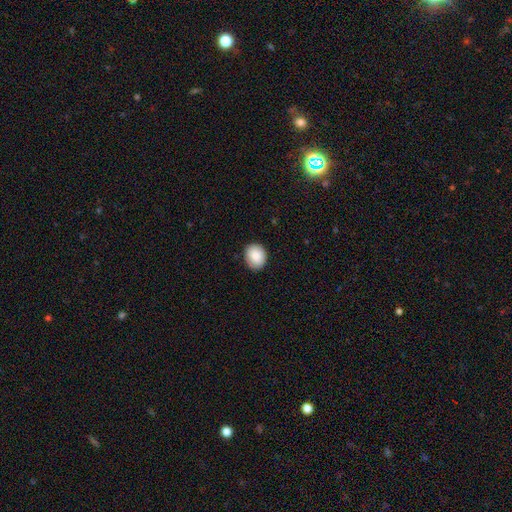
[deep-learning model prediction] Q: Smooth or featured?
A: smooth (88%); runner-up: star or artifact (7%)
Q: How rounded?
A: round (59%); runner-up: in between (40%)
Q: Merging?
A: none (86%); runner-up: minor disturbance (11%)